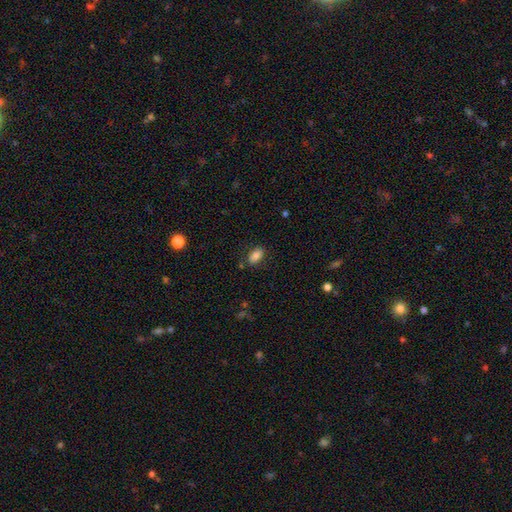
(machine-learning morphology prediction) type=smooth (84%); roundness=in between (90%); merging=none (81%).